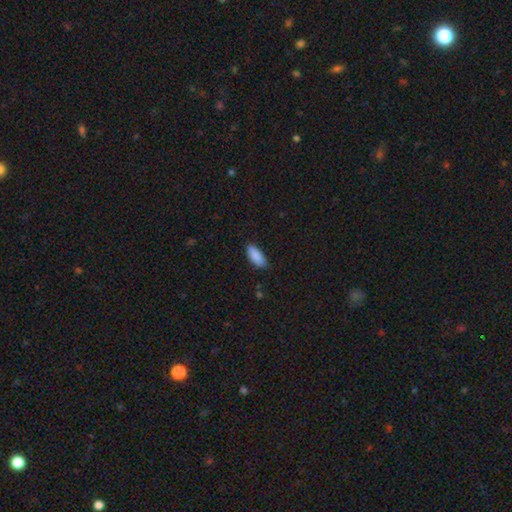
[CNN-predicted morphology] Smooth or featured? Predicted: smooth (p=0.89). How rounded? Predicted: in between (p=0.83). Merging? Predicted: none (p=0.82).